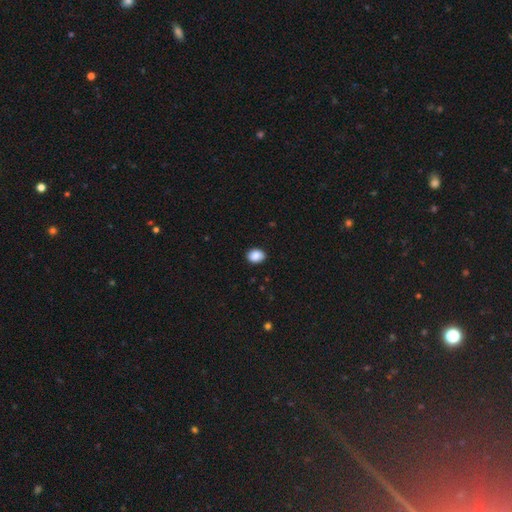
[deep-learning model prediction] Q: Smooth or featured?
A: smooth (89%); runner-up: star or artifact (8%)
Q: How rounded?
A: in between (61%); runner-up: round (38%)
Q: Merging?
A: none (89%); runner-up: minor disturbance (8%)